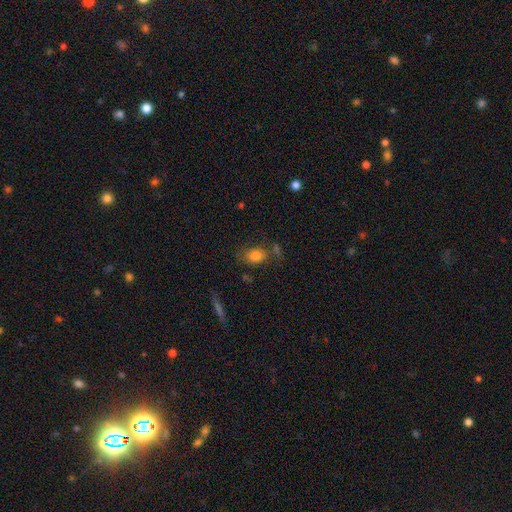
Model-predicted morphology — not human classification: The model was most divided on "merging": none: 59%, minor disturbance: 19%, merger: 12%, major disturbance: 10%. More confident: smooth or featured — smooth (79%); how rounded — in between (75%).